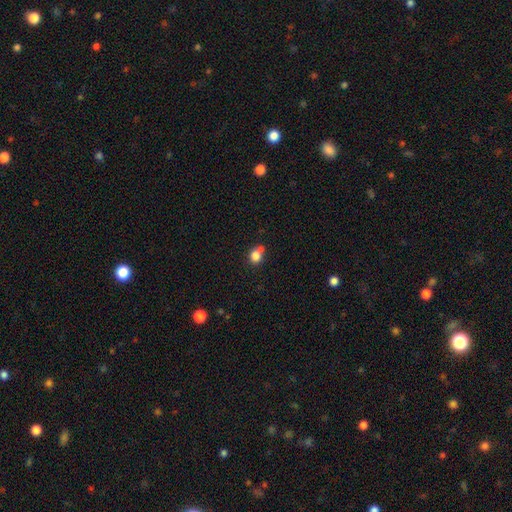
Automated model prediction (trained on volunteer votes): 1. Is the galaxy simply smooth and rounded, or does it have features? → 81% smooth, 11% star or artifact, 8% featured or disk.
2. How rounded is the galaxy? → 70% round, 29% in between, 1% cigar-shaped.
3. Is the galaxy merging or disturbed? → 49% none, 24% merger, 21% minor disturbance, 7% major disturbance.